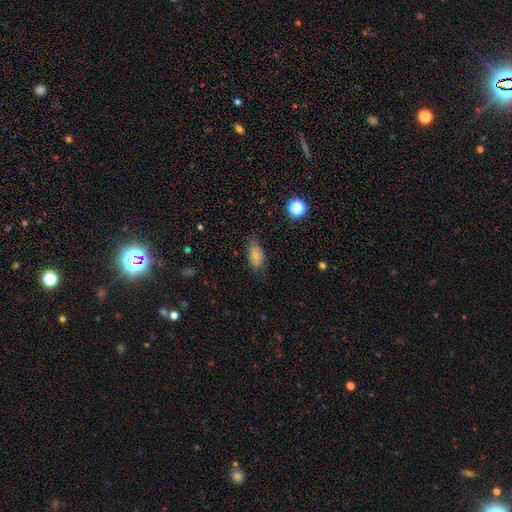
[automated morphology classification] This is clearly a smooth galaxy (80%). How rounded: clearly in between (89%). Merging: likely none (74%).